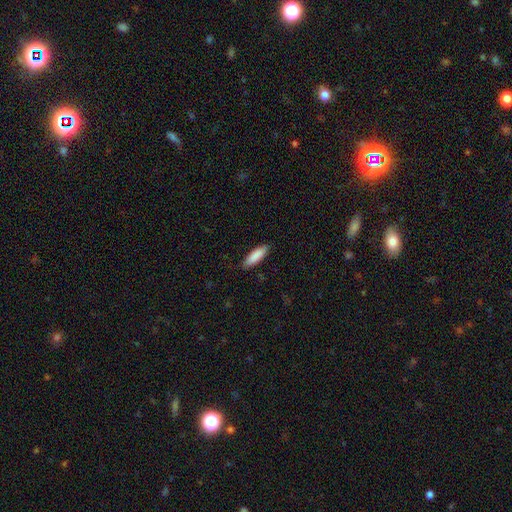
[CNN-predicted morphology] Smooth or featured? Predicted: smooth (p=0.88). How rounded? Predicted: cigar-shaped (p=0.51). Merging? Predicted: none (p=0.86).